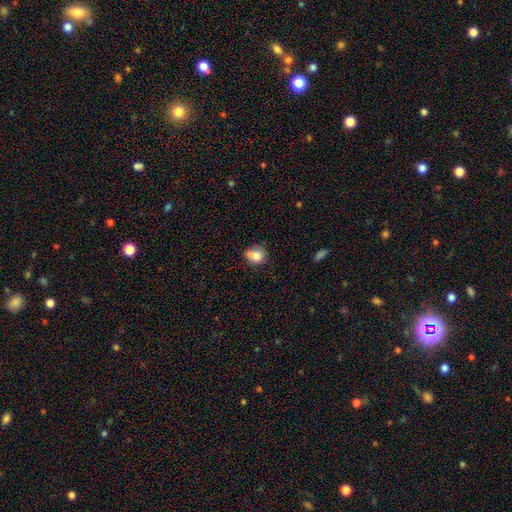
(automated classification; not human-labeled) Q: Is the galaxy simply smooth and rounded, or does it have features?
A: smooth — 83%.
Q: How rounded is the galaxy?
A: round — 58%.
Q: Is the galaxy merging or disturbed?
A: none — 51%.